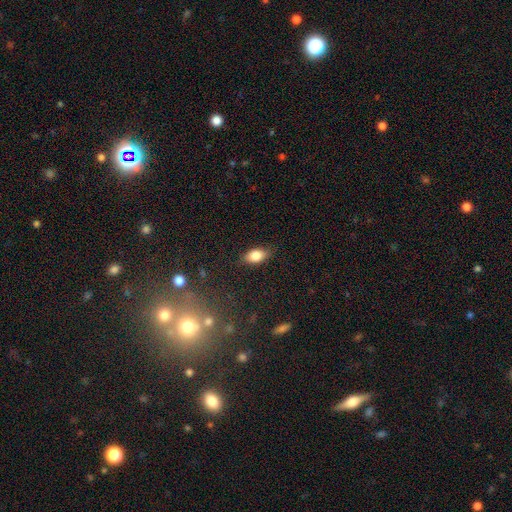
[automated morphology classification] Smooth or featured: smooth — 82% (featured or disk — 10%)
How rounded: in between — 88% (round — 7%)
Merging: none — 82% (minor disturbance — 14%)